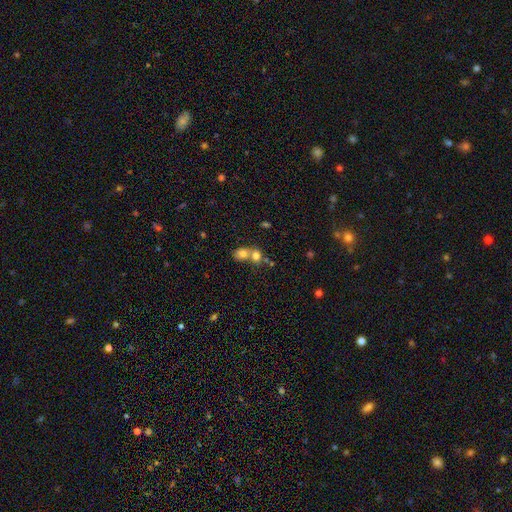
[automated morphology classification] A smooth galaxy with no disk features (75%) that is round (65%).

Vote fractions:
- Smooth or featured? smooth: 75% / featured or disk: 13% / star or artifact: 12%
- How rounded? round: 65% / in between: 34% / cigar-shaped: 1%
- Merging? merger: 65% / none: 27% / minor disturbance: 5% / major disturbance: 3%